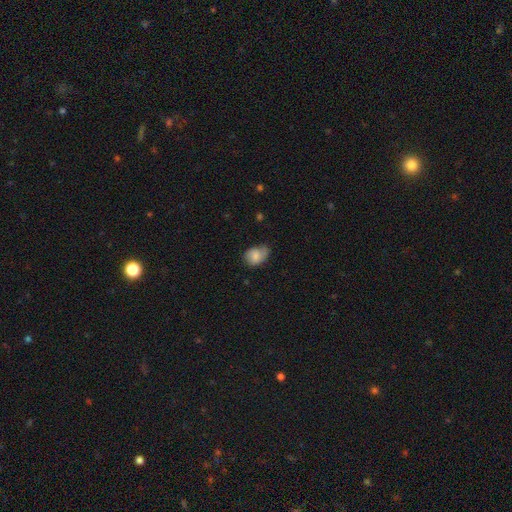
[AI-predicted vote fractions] A smooth galaxy with no disk features (72%) that is in between round and cigar-shaped (70%).

Vote fractions:
- Smooth or featured? smooth: 72% / featured or disk: 20% / star or artifact: 8%
- How rounded? in between: 70% / round: 29% / cigar-shaped: 1%
- Merging? none: 50% / minor disturbance: 36% / major disturbance: 11% / merger: 2%